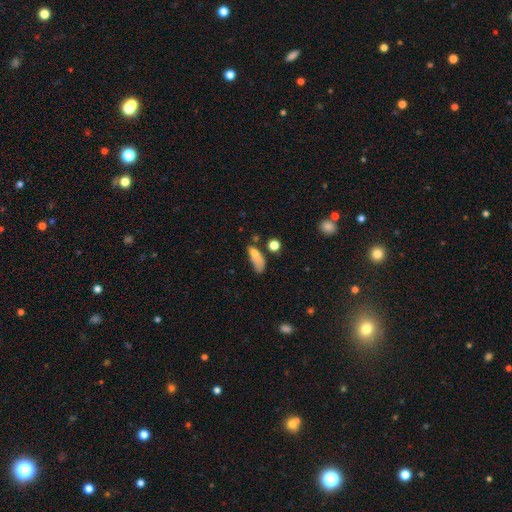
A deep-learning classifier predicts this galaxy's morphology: smooth 69%, featured or disk 18%, star or artifact 13%. Down the decision tree: how rounded — in between (68%); merging — none (32%).